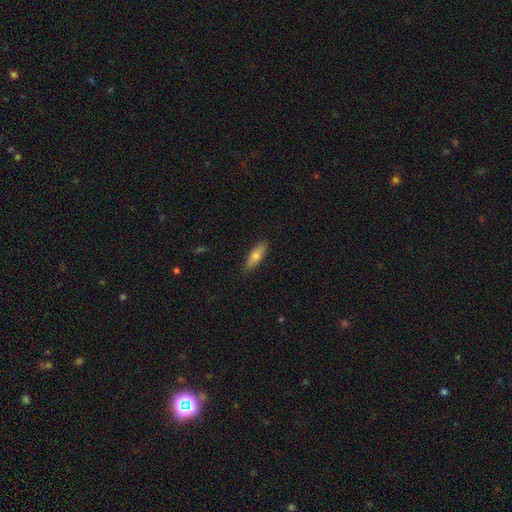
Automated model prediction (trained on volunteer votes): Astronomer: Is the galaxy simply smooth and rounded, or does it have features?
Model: smooth — 70%.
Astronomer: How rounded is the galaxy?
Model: in between — 49%, tied with cigar-shaped at 49%.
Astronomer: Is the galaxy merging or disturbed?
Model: none — 87%.